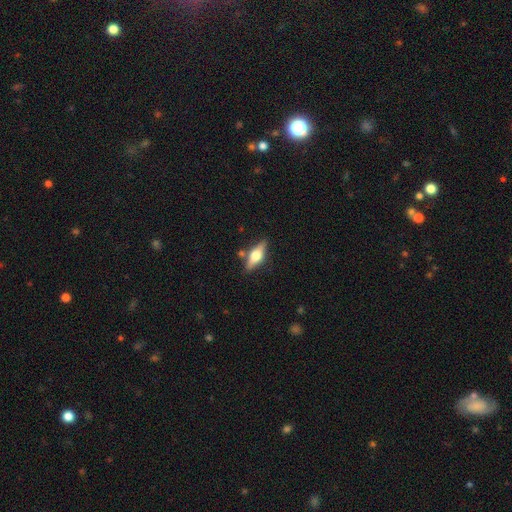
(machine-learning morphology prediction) type=featured or disk (56%); edge-on=yes (93%); edge-on bulge=rounded (94%); merging=none (81%).